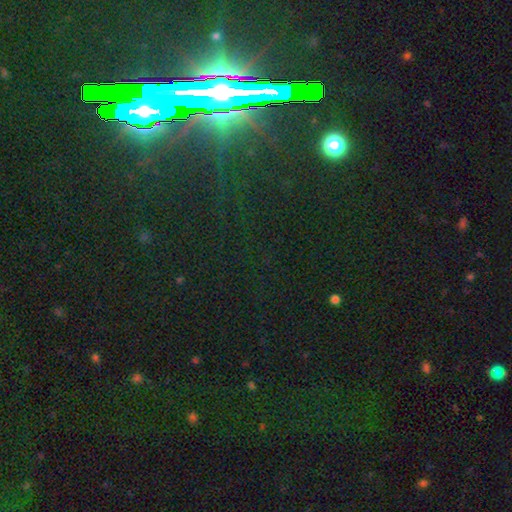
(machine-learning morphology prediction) A star or artifact, not a galaxy (80%).